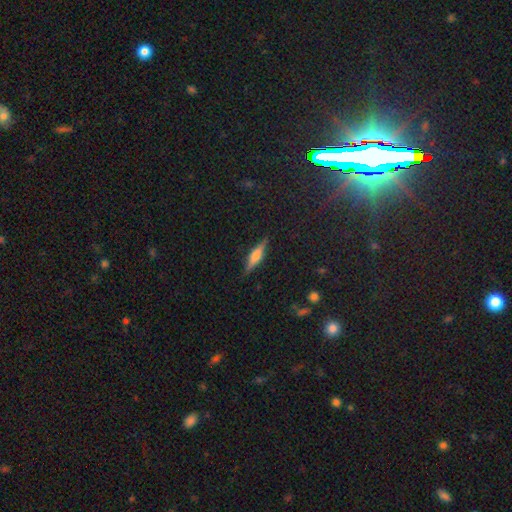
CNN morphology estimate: smooth-or-featured: featured or disk: 54% | smooth: 38% | star or artifact: 8%
  disk-edge-on: yes: 95% | no: 5%
    edge-on-bulge: rounded: 74% | boxy: 18% | none: 8%
  merging: none: 88% | minor disturbance: 9% | major disturbance: 2% | merger: 1%